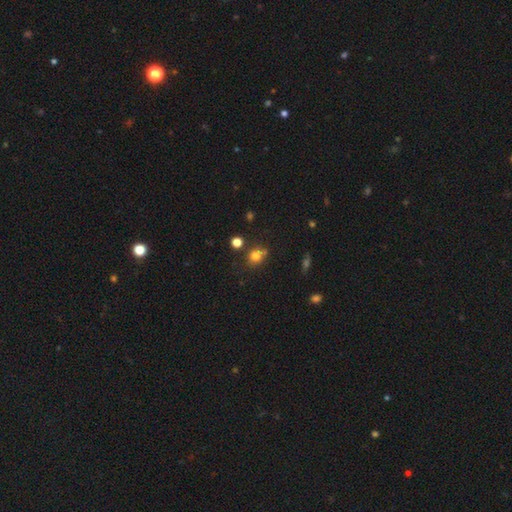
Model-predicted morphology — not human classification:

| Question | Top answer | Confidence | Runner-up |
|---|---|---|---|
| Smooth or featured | smooth | 75% | star or artifact (16%) |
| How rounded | round | 74% | in between (25%) |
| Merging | none | 62% | minor disturbance (18%) |